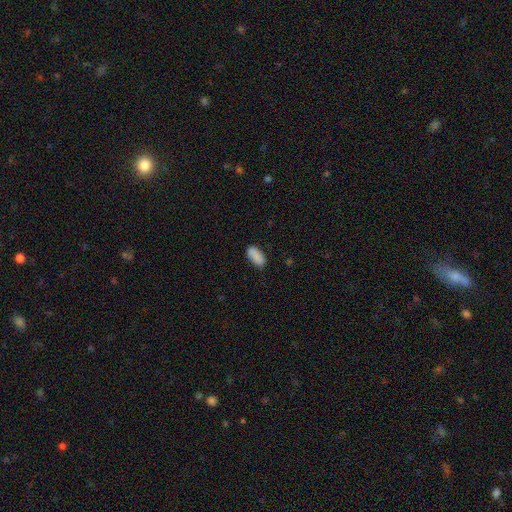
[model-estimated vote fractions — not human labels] A smooth galaxy with no disk features (86%) that is in between round and cigar-shaped (91%).

Vote fractions:
- Smooth or featured? smooth: 86% / featured or disk: 7% / star or artifact: 7%
- How rounded? in between: 91% / cigar-shaped: 6% / round: 3%
- Merging? none: 79% / minor disturbance: 16% / major disturbance: 3% / merger: 2%